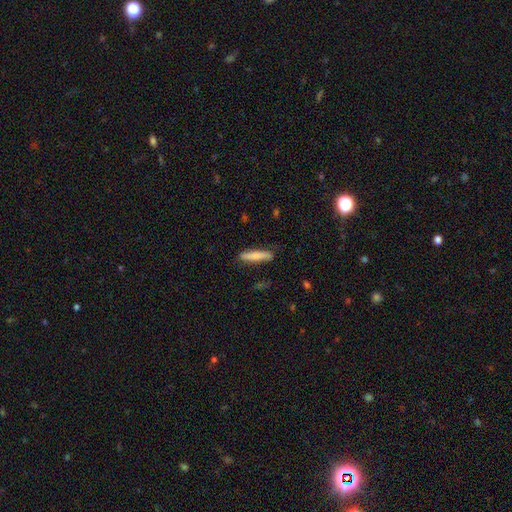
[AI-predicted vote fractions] smooth-or-featured: smooth: 76% | featured or disk: 19% | star or artifact: 6%
  how-rounded: cigar-shaped: 87% | in between: 12% | round: 1%
  merging: none: 84% | minor disturbance: 12% | major disturbance: 2% | merger: 1%